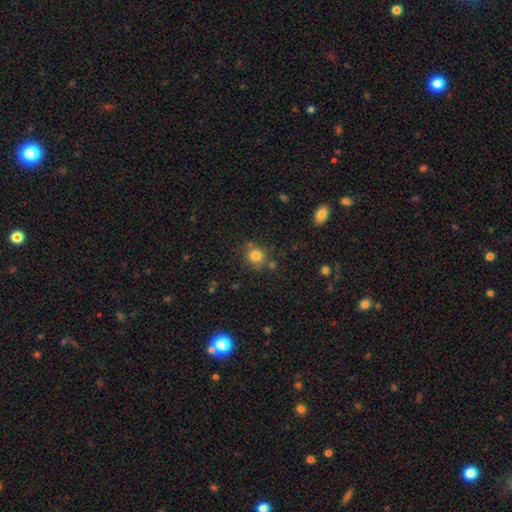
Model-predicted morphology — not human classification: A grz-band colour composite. It shows a smooth galaxy with no disk features (81%) that is round (85%). Merging: none (74%).